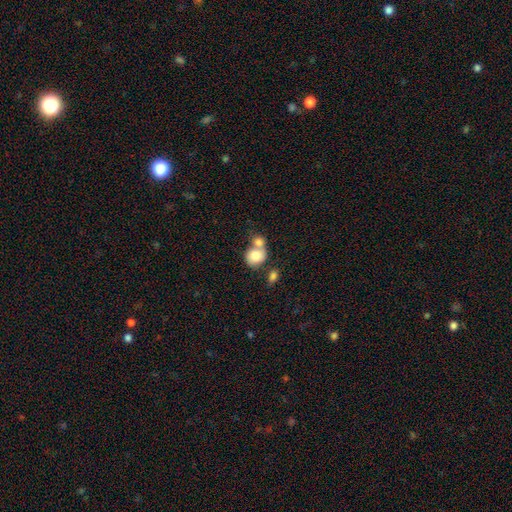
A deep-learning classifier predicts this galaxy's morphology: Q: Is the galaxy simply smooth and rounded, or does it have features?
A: smooth — 81%.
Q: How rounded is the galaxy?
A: round — 67%.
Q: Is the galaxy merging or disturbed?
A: merger — 59%.